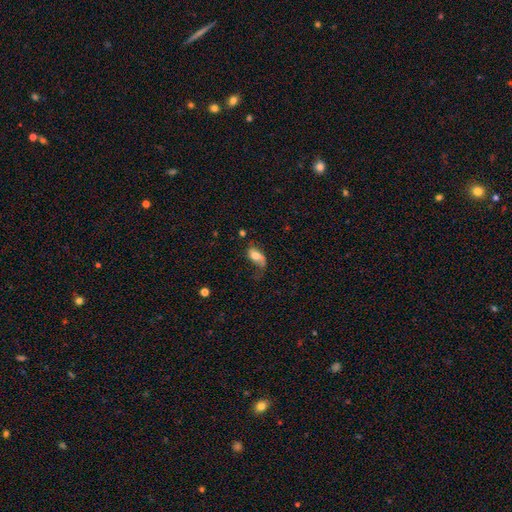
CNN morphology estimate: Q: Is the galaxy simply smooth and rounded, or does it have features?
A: smooth — 52%.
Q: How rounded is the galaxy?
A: in between — 87%.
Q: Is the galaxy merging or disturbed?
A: major disturbance — 33%, tied with none.